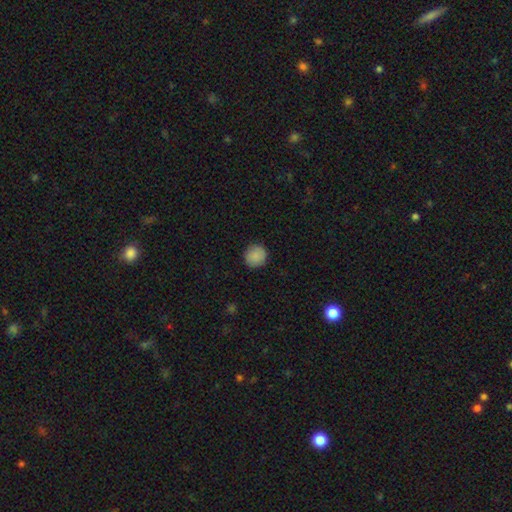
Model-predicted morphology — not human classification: Smooth or featured? smooth (87%)
How rounded? round (94%)
Merging? none (90%)